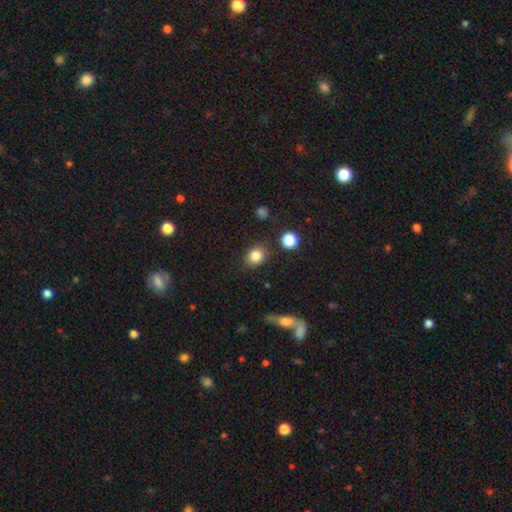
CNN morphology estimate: This is clearly a smooth galaxy (83%). How rounded: possibly round (51%). Merging: clearly none (82%).